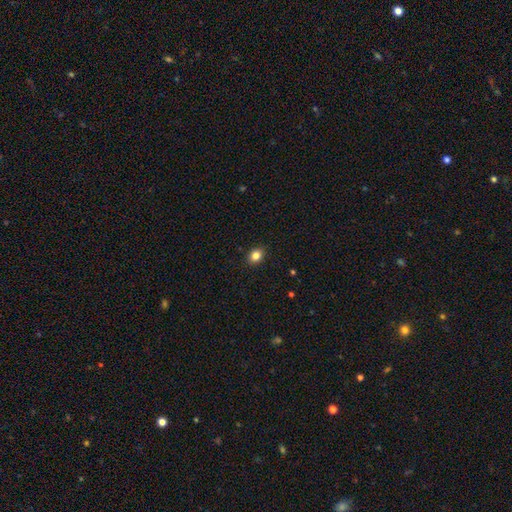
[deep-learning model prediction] Smooth or featured? Predicted: smooth (p=0.84). How rounded? Predicted: round (p=0.51). Merging? Predicted: none (p=0.90).